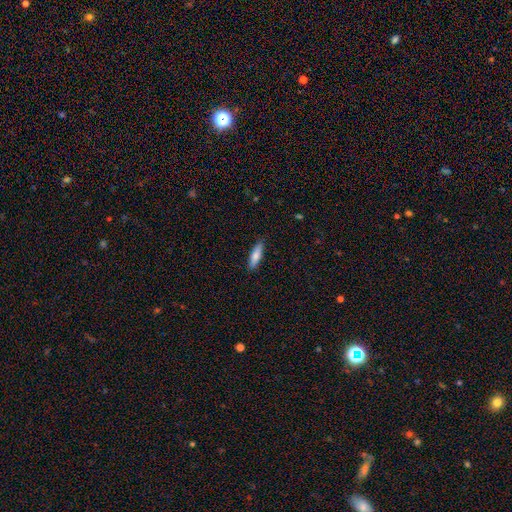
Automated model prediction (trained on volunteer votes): smooth-or-featured: smooth: 77% | featured or disk: 17% | star or artifact: 6%
  how-rounded: cigar-shaped: 63% | in between: 35% | round: 2%
  merging: none: 88% | minor disturbance: 9% | major disturbance: 2% | merger: 1%